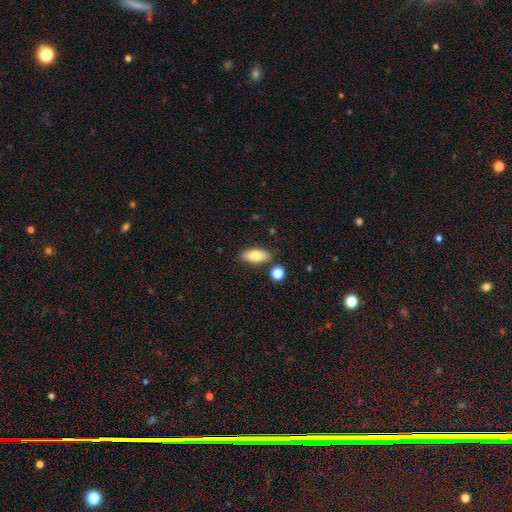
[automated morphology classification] smooth-or-featured: smooth: 82% | featured or disk: 11% | star or artifact: 7%
  how-rounded: in between: 86% | cigar-shaped: 10% | round: 3%
  merging: none: 81% | minor disturbance: 11% | merger: 5% | major disturbance: 3%